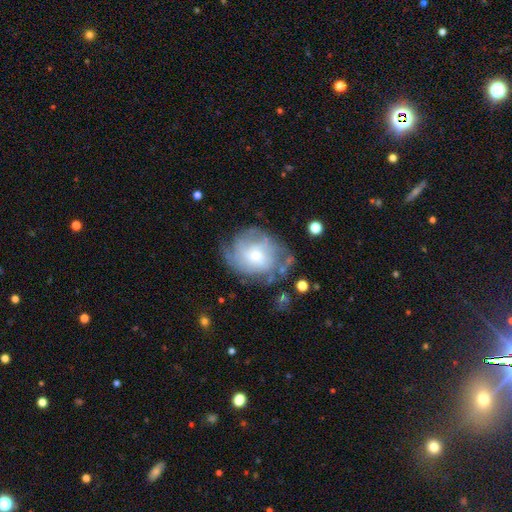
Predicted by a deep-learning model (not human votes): Smooth or featured? featured or disk (63%)
Edge-on disk? no (97%)
Bar? no (69%)
Spiral arms? yes (77%)
Bulge size? small (46%)
Merging? none (57%)